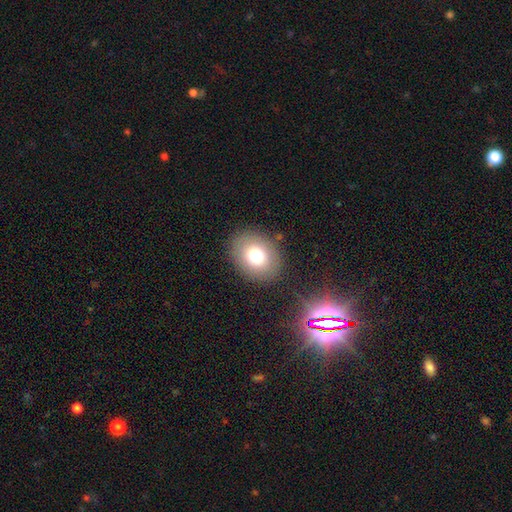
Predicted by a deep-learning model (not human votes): A smooth galaxy with no disk features (77%) that is in between round and cigar-shaped (54%). Merging: none (86%).